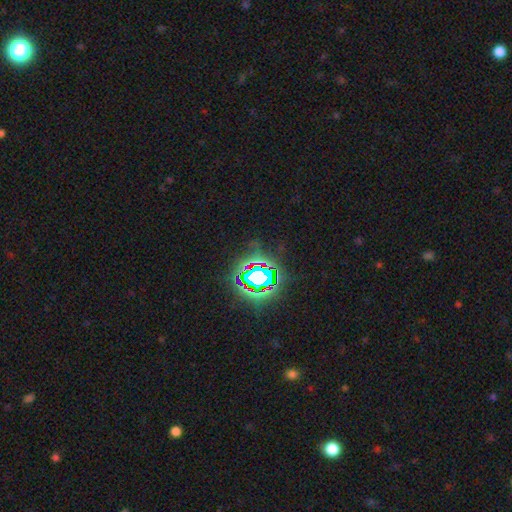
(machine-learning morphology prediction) type=star or artifact (80%).